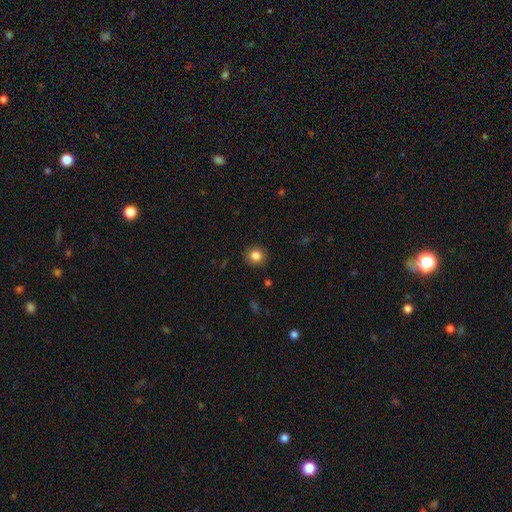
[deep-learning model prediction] Q: Smooth or featured?
A: smooth (85%); runner-up: star or artifact (10%)
Q: How rounded?
A: round (89%); runner-up: in between (10%)
Q: Merging?
A: none (90%); runner-up: minor disturbance (7%)